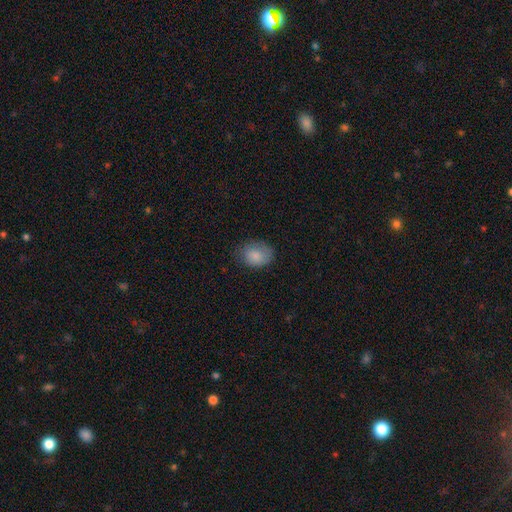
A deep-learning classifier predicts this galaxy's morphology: This is clearly a smooth galaxy (86%). How rounded: likely in between (65%). Merging: likely none (71%).